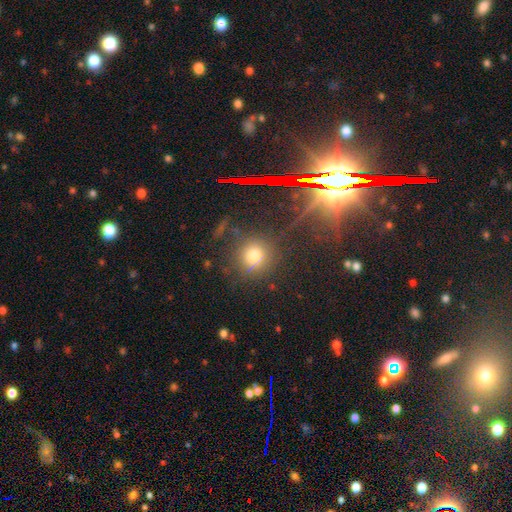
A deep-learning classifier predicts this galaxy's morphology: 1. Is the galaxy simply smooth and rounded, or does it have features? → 56% smooth, 33% star or artifact, 11% featured or disk.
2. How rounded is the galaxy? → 87% round, 12% in between, 2% cigar-shaped.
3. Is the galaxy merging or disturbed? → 84% none, 9% minor disturbance, 4% major disturbance, 2% merger.